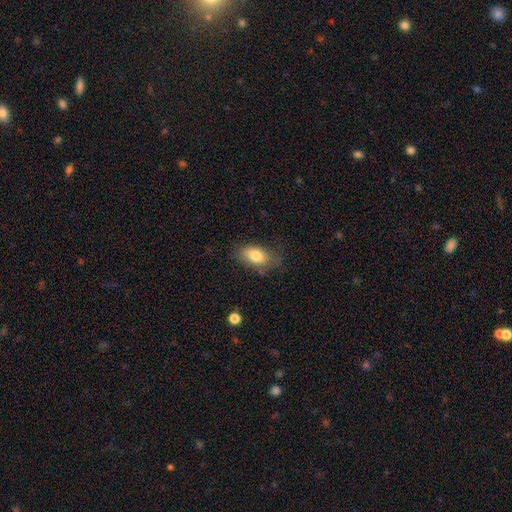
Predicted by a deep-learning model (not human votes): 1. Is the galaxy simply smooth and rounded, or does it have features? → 79% smooth, 14% featured or disk, 8% star or artifact.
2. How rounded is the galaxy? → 89% in between, 7% round, 4% cigar-shaped.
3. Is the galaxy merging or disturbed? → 66% none, 25% minor disturbance, 7% major disturbance, 2% merger.